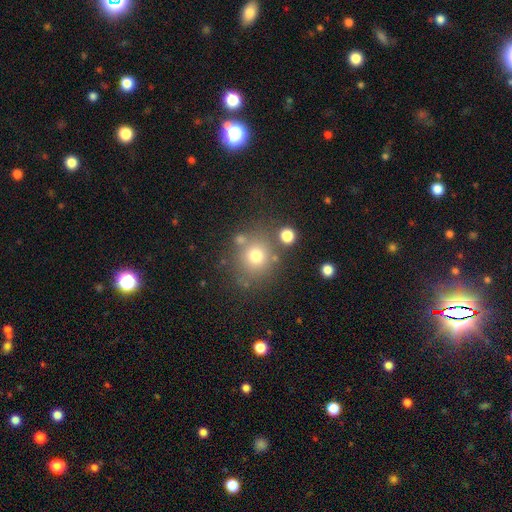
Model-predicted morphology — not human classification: A smooth galaxy with no disk features (71%) that is round (86%).

Vote fractions:
- Smooth or featured? smooth: 71% / star or artifact: 16% / featured or disk: 12%
- How rounded? round: 86% / in between: 13% / cigar-shaped: 1%
- Merging? none: 74% / minor disturbance: 12% / merger: 9% / major disturbance: 6%